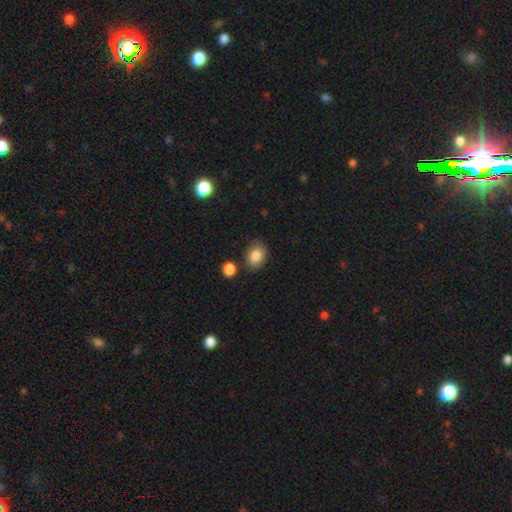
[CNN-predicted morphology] smooth-or-featured: smooth: 85% | star or artifact: 9% | featured or disk: 6%
  how-rounded: in between: 59% | round: 40% | cigar-shaped: 1%
  merging: none: 81% | minor disturbance: 12% | merger: 4% | major disturbance: 3%